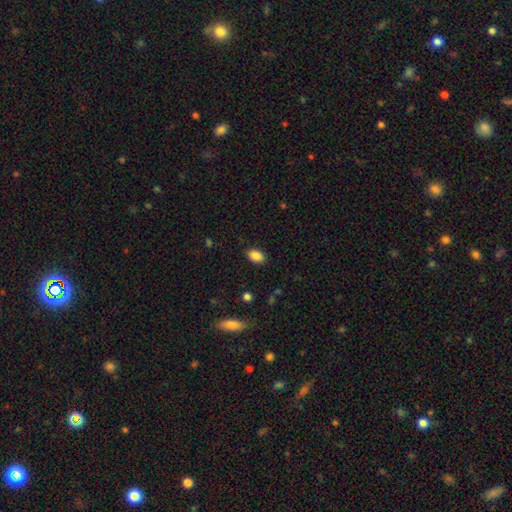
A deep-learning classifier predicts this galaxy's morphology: Smooth or featured? Predicted: smooth (p=0.87). How rounded? Predicted: in between (p=0.85). Merging? Predicted: none (p=0.86).